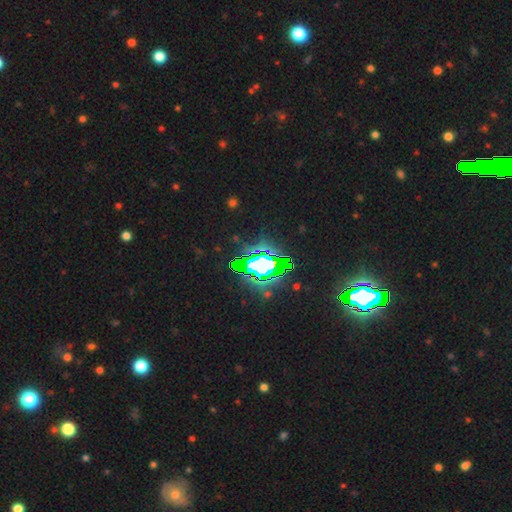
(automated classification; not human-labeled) Q: Smooth or featured?
A: star or artifact (73%); runner-up: featured or disk (15%)